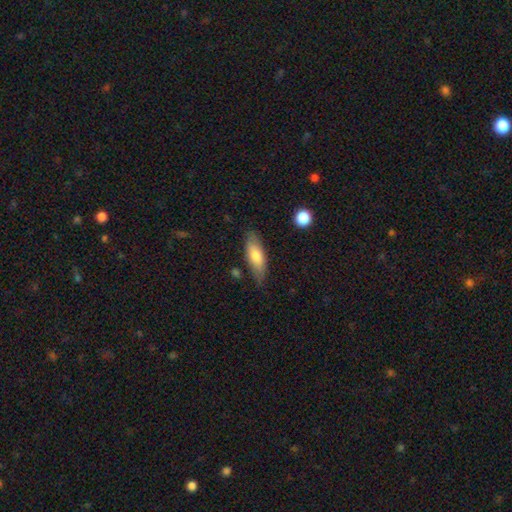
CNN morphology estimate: smooth-or-featured: smooth: 70% | featured or disk: 23% | star or artifact: 6%
  how-rounded: in between: 68% | cigar-shaped: 30% | round: 2%
  merging: none: 74% | minor disturbance: 19% | major disturbance: 4% | merger: 2%